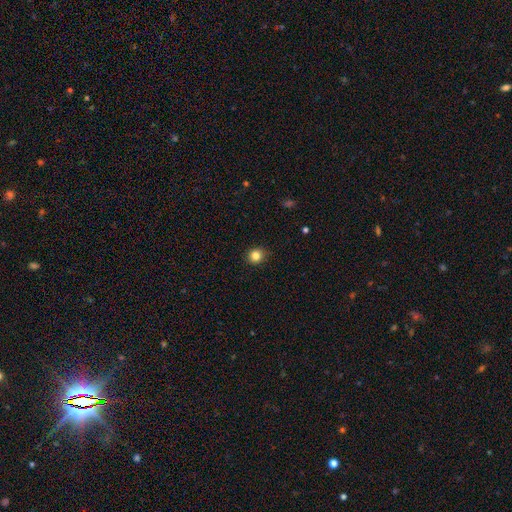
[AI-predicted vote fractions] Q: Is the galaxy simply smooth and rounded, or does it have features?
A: smooth — 84%.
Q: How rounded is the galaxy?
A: round — 87%.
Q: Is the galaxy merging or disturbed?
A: none — 89%.